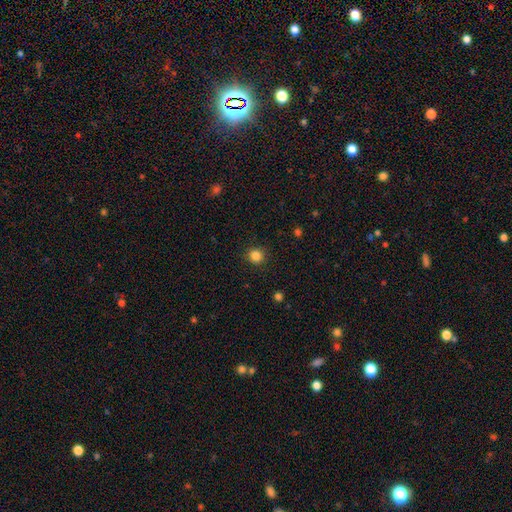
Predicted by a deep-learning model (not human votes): smooth_or_featured: smooth (p=0.85) [alt: star or artifact p=0.12]
how_rounded: round (p=0.90) [alt: in between p=0.09]
merging: none (p=0.90) [alt: minor disturbance p=0.07]